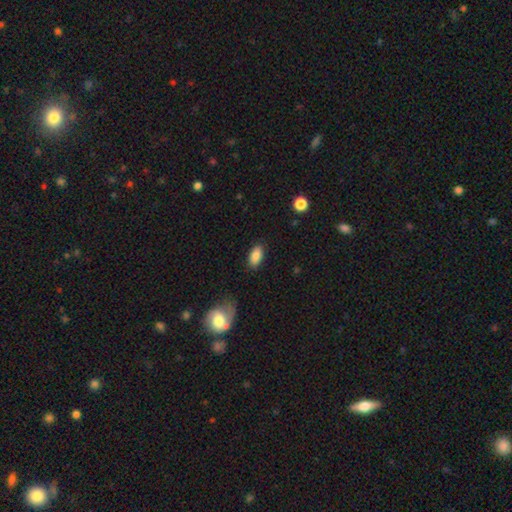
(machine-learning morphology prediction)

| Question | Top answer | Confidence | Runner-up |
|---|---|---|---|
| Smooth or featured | smooth | 85% | star or artifact (7%) |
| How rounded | in between | 92% | cigar-shaped (4%) |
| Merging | none | 85% | minor disturbance (11%) |